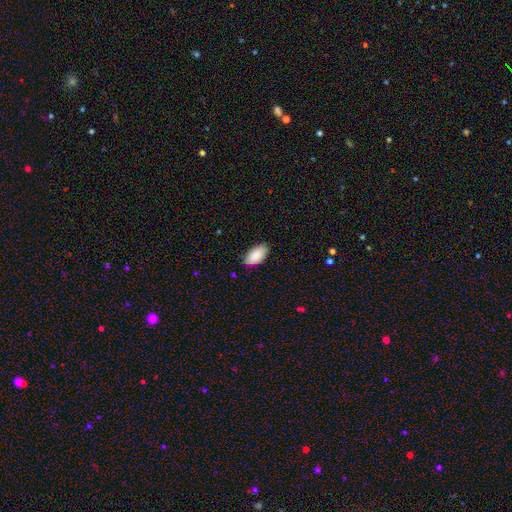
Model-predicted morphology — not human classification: A smooth galaxy with no disk features (90%) that is in between round and cigar-shaped (95%).

Vote fractions:
- Smooth or featured? smooth: 90% / star or artifact: 6% / featured or disk: 4%
- How rounded? in between: 95% / cigar-shaped: 3% / round: 2%
- Merging? none: 80% / minor disturbance: 16% / major disturbance: 2% / merger: 1%